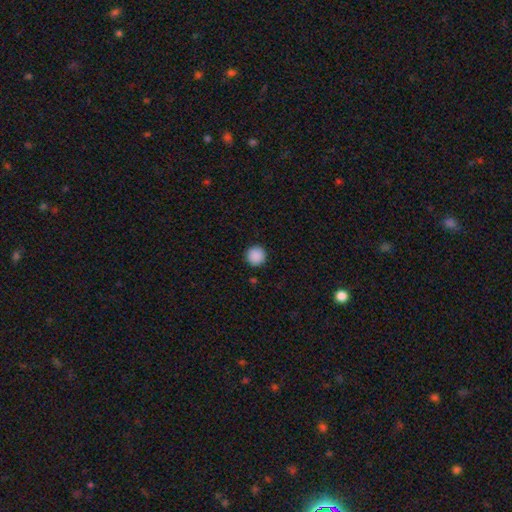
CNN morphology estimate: The model was most divided on "smooth or featured": smooth: 89%, star or artifact: 9%, featured or disk: 2%. More confident: how rounded — round (96%); merging — none (92%).